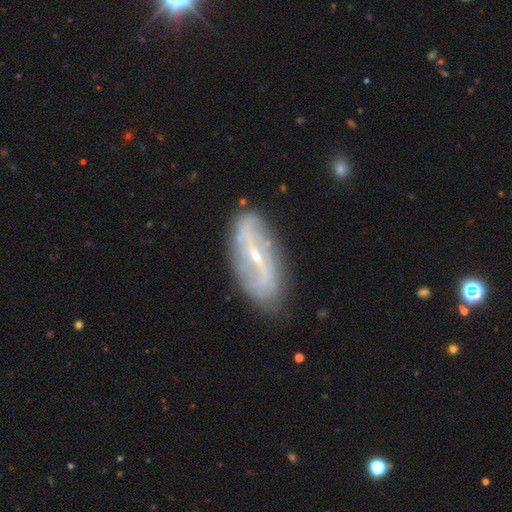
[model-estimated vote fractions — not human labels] Overall: featured or disk (82%). Edge-on disk: no (90%). Bar: strong (47%; weak 35%). Spiral arms: yes (83%). Spiral arm count: 2 (79%). Spiral winding: loose (56%; medium 28%). Bulge size: small (74%). Merging: none (77%).